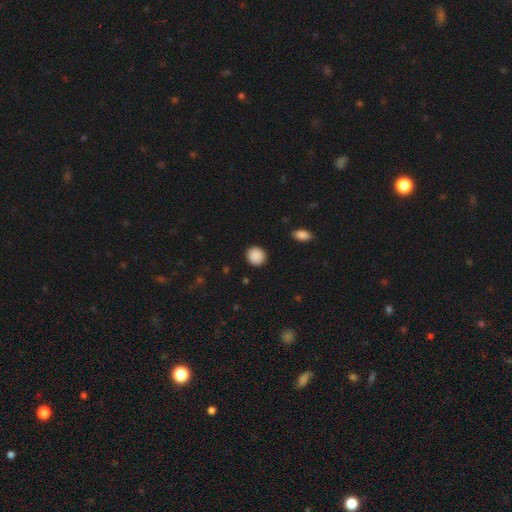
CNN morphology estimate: smooth-or-featured: smooth: 89% | star or artifact: 8% | featured or disk: 3%
  how-rounded: round: 87% | in between: 12% | cigar-shaped: 1%
  merging: none: 90% | minor disturbance: 7% | major disturbance: 2% | merger: 1%